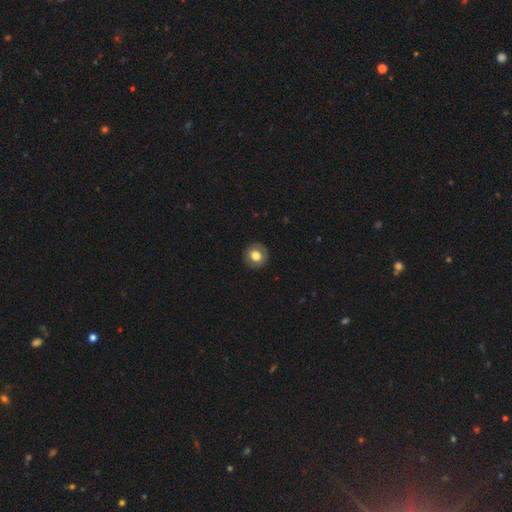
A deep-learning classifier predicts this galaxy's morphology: Smooth or featured? smooth (73%)
How rounded? round (90%)
Merging? none (89%)